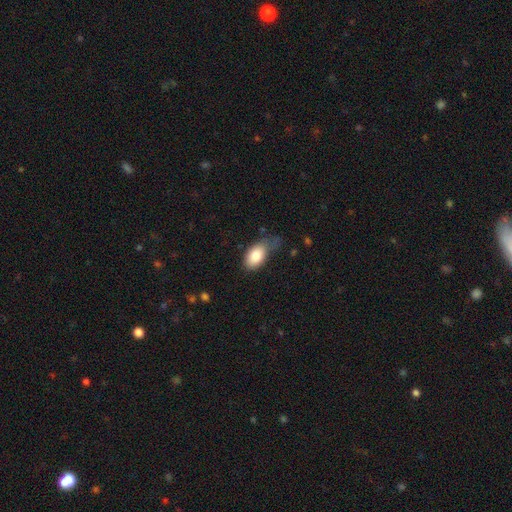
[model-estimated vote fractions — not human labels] This appears to be a smooth galaxy with no disk features (81%) that is in between round and cigar-shaped (91%). Merging: none (43%).